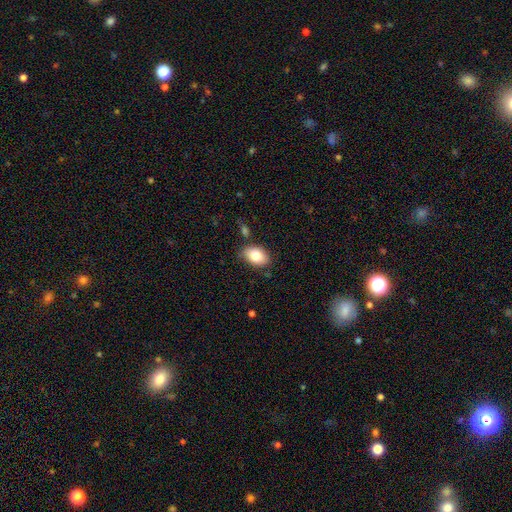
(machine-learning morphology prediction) type=smooth (82%); roundness=in between (86%); merging=none (77%).